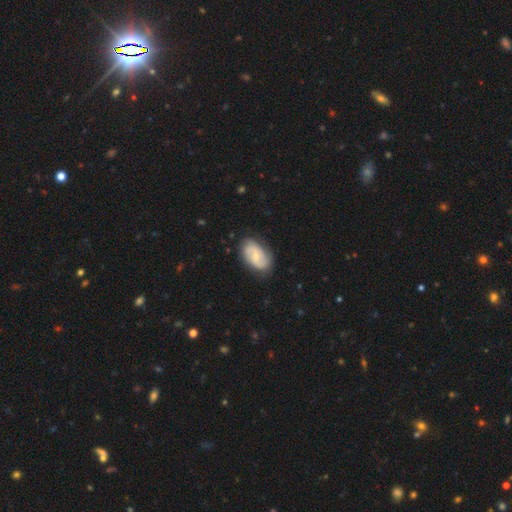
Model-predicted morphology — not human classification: Smooth or featured? Predicted: featured or disk (p=0.68). Edge-on disk? Predicted: no (p=0.97). Bar? Predicted: weak (p=0.48). Spiral arms? Predicted: yes (p=0.91). Spiral winding? Predicted: medium (p=0.45). Spiral arm count? Predicted: 2 (p=0.83). Bulge size? Predicted: small (p=0.57). Merging? Predicted: none (p=0.79).